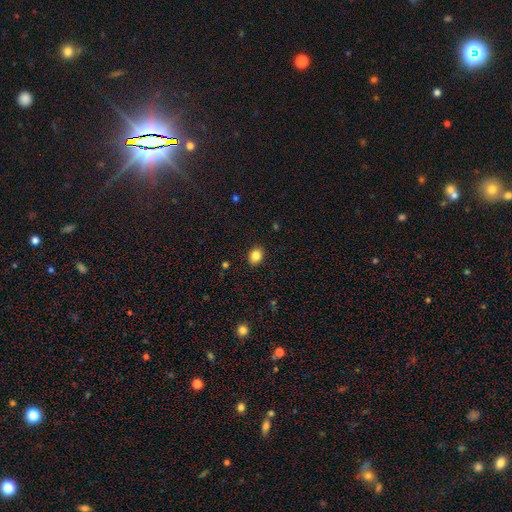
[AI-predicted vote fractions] A smooth galaxy with no disk features (84%) that is in between round and cigar-shaped (53%). Merging: none (90%).